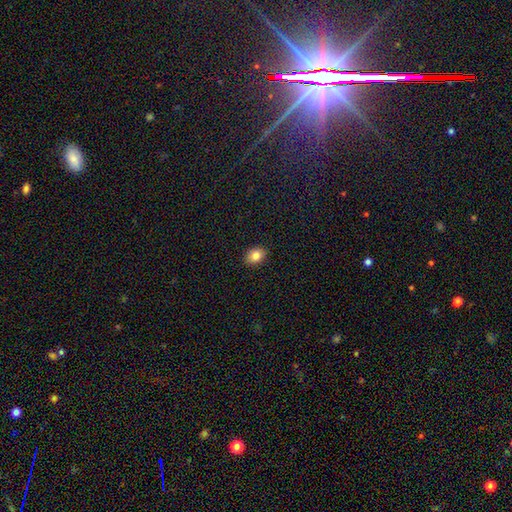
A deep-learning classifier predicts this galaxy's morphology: smooth-or-featured: smooth: 83% | star or artifact: 9% | featured or disk: 8%
  how-rounded: in between: 71% | round: 28% | cigar-shaped: 1%
  merging: none: 90% | minor disturbance: 8% | major disturbance: 2% | merger: 1%